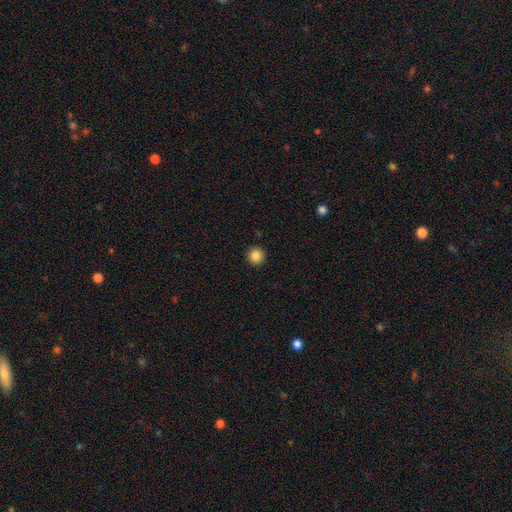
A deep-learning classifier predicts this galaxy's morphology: Smooth or featured: smooth — 85% (star or artifact — 10%)
How rounded: round — 96% (in between — 3%)
Merging: none — 93% (minor disturbance — 4%)